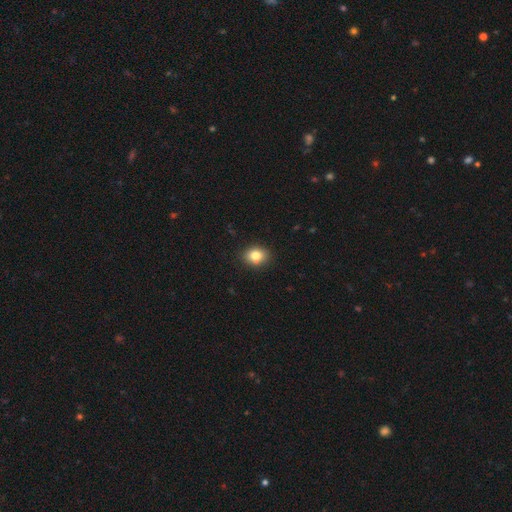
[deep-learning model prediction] Smooth or featured?
  - smooth: 81% *
  - star or artifact: 10%
  - featured or disk: 9%
How rounded?
  - round: 52% *
  - in between: 47%
  - cigar-shaped: 1%
Merging?
  - none: 88% *
  - minor disturbance: 9%
  - major disturbance: 2%
  - merger: 1%